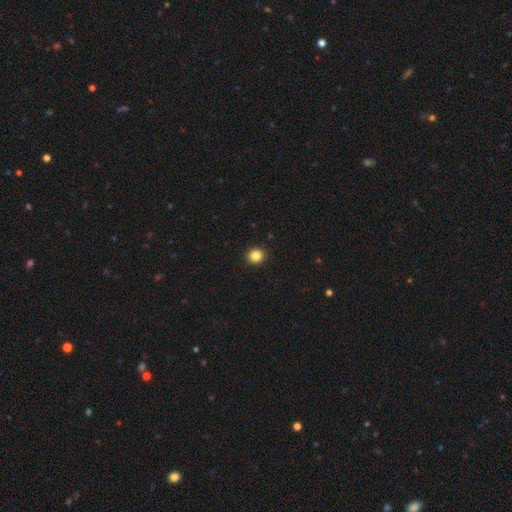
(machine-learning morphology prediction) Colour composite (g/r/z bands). It shows a smooth galaxy with no disk features (85%) that is round (84%). Merging: none (92%).